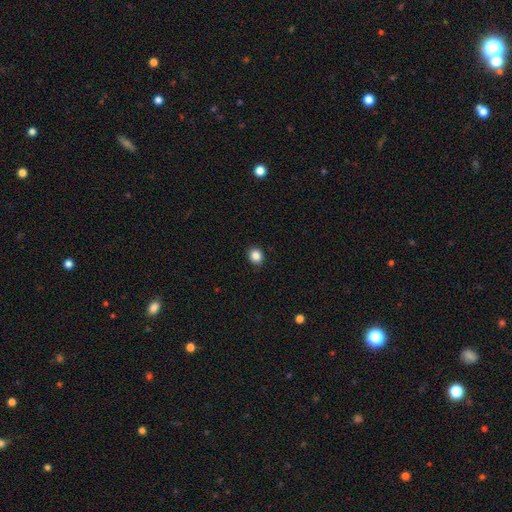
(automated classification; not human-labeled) A smooth galaxy with no disk features (86%) that is round (75%). Merging: none (91%).